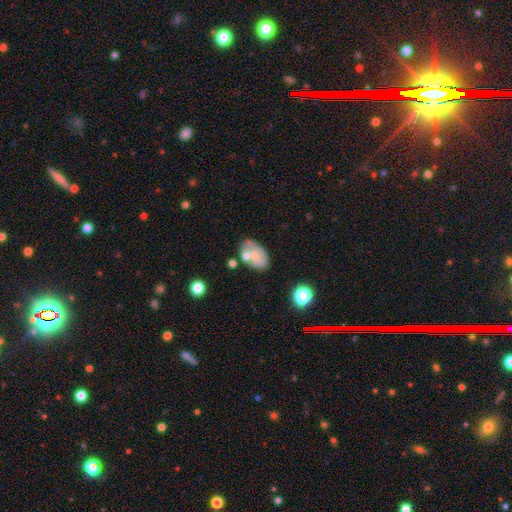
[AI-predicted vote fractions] Overall: smooth (60%; featured or disk 31%). How rounded: in between (87%). Merging: none (53%; minor disturbance 22%).